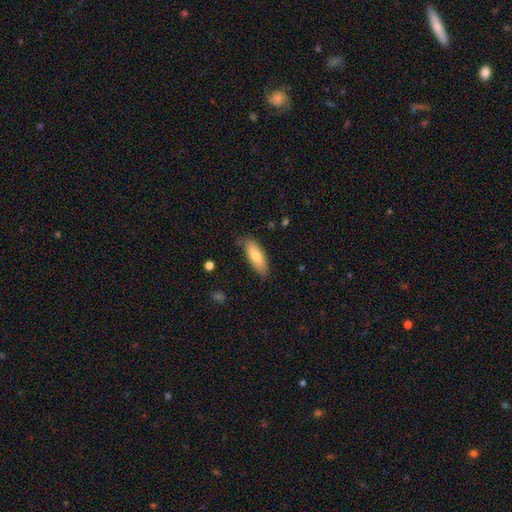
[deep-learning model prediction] The model was most divided on "how rounded": in between: 67%, cigar-shaped: 32%, round: 2%. More confident: smooth or featured — smooth (80%); merging — none (75%).